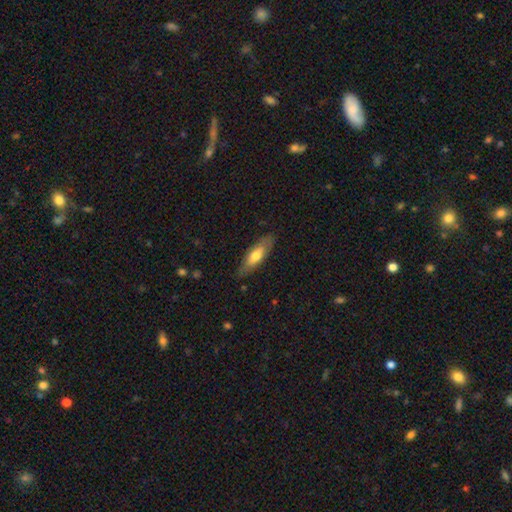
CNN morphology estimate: smooth 60%, featured or disk 35%, star or artifact 6%. Down the decision tree: how rounded — cigar-shaped (50%); merging — none (82%).